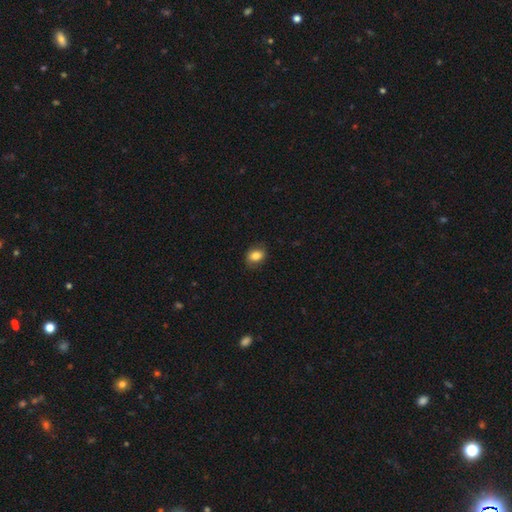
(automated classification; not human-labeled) Smooth or featured? smooth (80%)
How rounded? in between (63%)
Merging? none (80%)